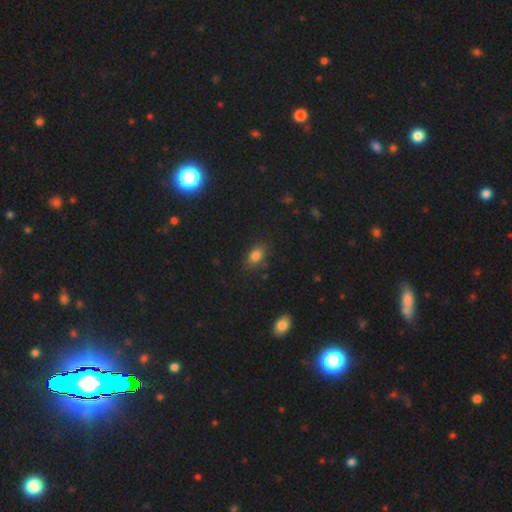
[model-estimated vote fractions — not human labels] Smooth or featured? Predicted: smooth (p=0.79). How rounded? Predicted: in between (p=0.78). Merging? Predicted: none (p=0.79).